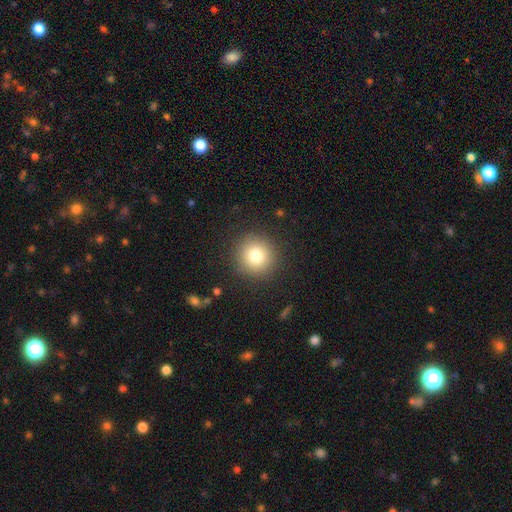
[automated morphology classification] Smooth or featured?
  - smooth: 79% *
  - star or artifact: 12%
  - featured or disk: 9%
How rounded?
  - round: 94% *
  - in between: 5%
  - cigar-shaped: 1%
Merging?
  - none: 90% *
  - minor disturbance: 7%
  - major disturbance: 3%
  - merger: 1%